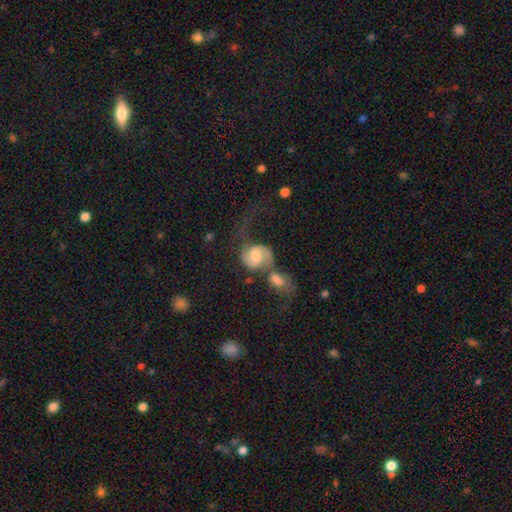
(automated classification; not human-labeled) Overall: featured or disk (66%; smooth 26%). Edge-on disk: no (97%). Bar: weak (44%, tied with no). Spiral arms: yes (90%). Spiral arm count: 2 (83%). Spiral winding: loose (44%; medium 41%). Bulge size: moderate (53%; small 21%). Merging: merger (52%; none 21%).